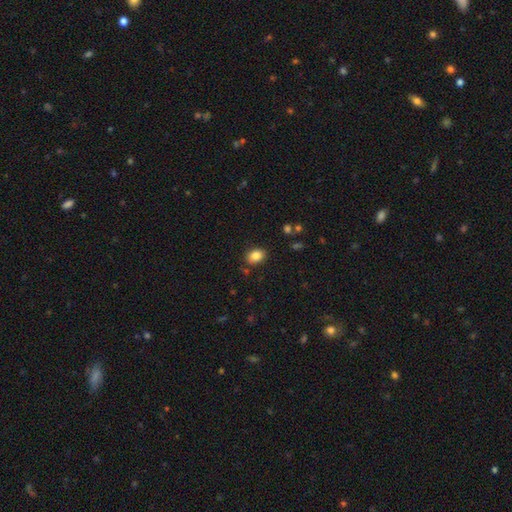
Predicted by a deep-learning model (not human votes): Smooth or featured? Predicted: smooth (p=0.85). How rounded? Predicted: in between (p=0.70). Merging? Predicted: none (p=0.84).